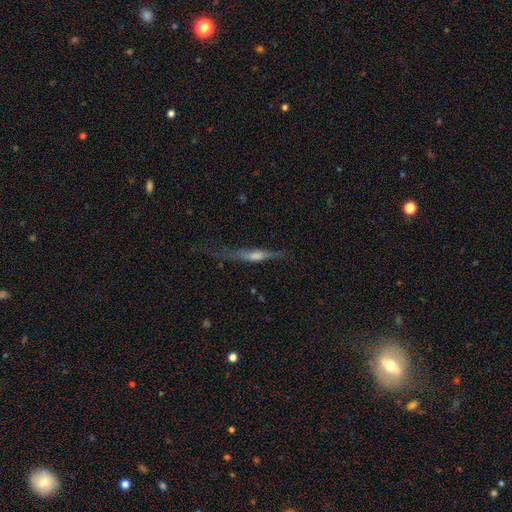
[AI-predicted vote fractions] Smooth or featured?
  - featured or disk: 62% *
  - smooth: 29%
  - star or artifact: 9%
Edge-on disk?
  - yes: 93% *
  - no: 7%
Edge-on bulge?
  - rounded: 58% *
  - boxy: 24%
  - none: 19%
Merging?
  - none: 59% *
  - minor disturbance: 25%
  - major disturbance: 13%
  - merger: 3%